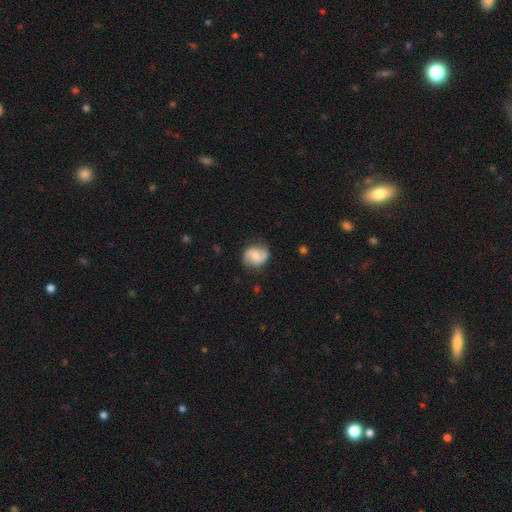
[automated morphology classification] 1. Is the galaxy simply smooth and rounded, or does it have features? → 73% featured or disk, 20% smooth, 6% star or artifact.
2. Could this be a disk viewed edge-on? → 98% no, 2% yes.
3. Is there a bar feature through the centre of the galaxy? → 45% no, 44% weak, 12% strong.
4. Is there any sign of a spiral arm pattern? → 94% yes, 6% no.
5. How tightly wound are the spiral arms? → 44% medium, 40% loose, 17% tight.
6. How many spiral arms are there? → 92% 2, 4% can't tell, 2% 1, 1% 3, 1% 4, 1% more than 4.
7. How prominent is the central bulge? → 54% moderate, 35% small, 5% none, 4% large, 1% dominant.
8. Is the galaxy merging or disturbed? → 82% none, 13% minor disturbance, 3% major disturbance, 1% merger.